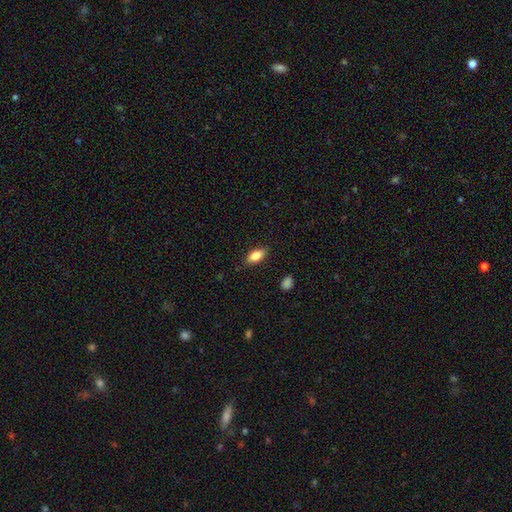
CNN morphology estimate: smooth 80%, featured or disk 13%, star or artifact 7%. Down the decision tree: how rounded — in between (85%); merging — none (85%).